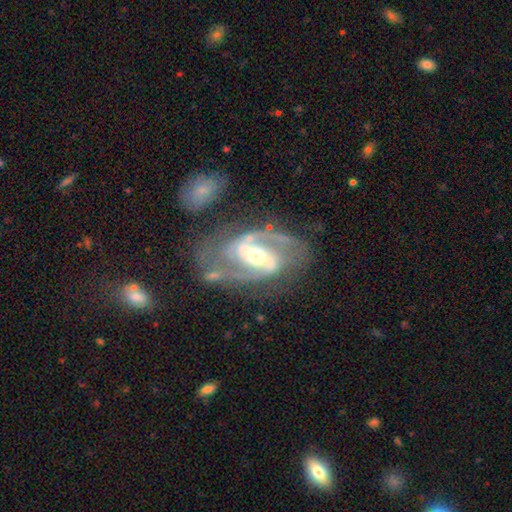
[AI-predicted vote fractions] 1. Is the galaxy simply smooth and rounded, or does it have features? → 91% featured or disk, 5% star or artifact, 4% smooth.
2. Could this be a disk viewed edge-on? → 97% no, 3% yes.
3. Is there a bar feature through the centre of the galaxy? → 47% strong, 36% weak, 18% no.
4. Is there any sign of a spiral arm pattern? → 97% yes, 3% no.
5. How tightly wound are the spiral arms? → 59% medium, 26% tight, 15% loose.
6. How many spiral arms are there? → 90% 2, 3% 3, 3% can't tell, 2% 1, 1% 4, 1% more than 4.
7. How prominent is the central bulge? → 62% moderate, 31% small, 5% large, 1% none, 1% dominant.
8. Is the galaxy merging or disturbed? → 66% none, 18% minor disturbance, 10% major disturbance, 6% merger.